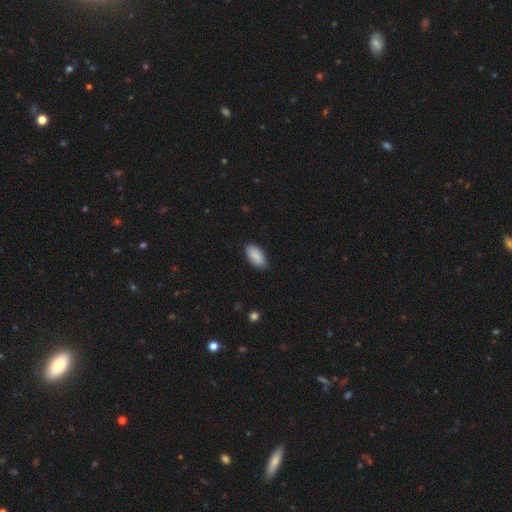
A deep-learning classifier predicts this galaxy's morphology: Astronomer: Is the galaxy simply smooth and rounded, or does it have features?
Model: smooth — 87%.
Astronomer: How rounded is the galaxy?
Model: in between — 93%.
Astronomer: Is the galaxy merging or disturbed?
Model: none — 85%.